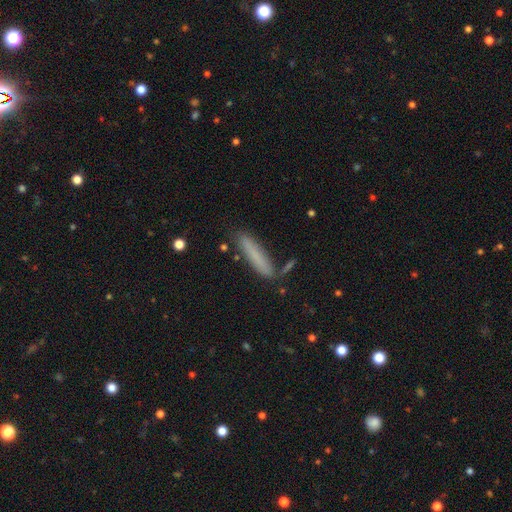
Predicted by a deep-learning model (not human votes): Smooth or featured? Predicted: smooth (p=0.76). How rounded? Predicted: cigar-shaped (p=0.88). Merging? Predicted: none (p=0.78).